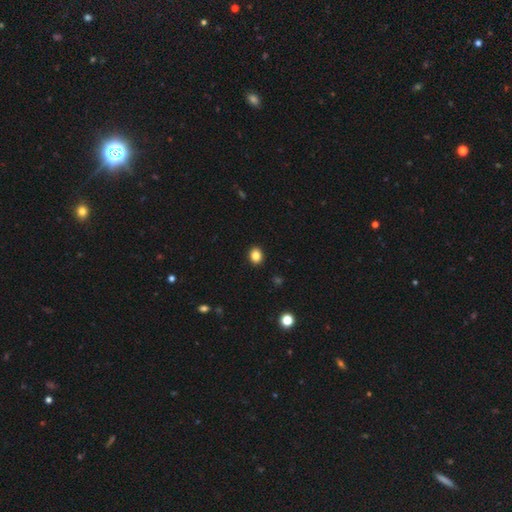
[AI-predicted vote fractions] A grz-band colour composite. It shows a smooth galaxy with no disk features (85%) that is round (59%). Merging: none (92%).